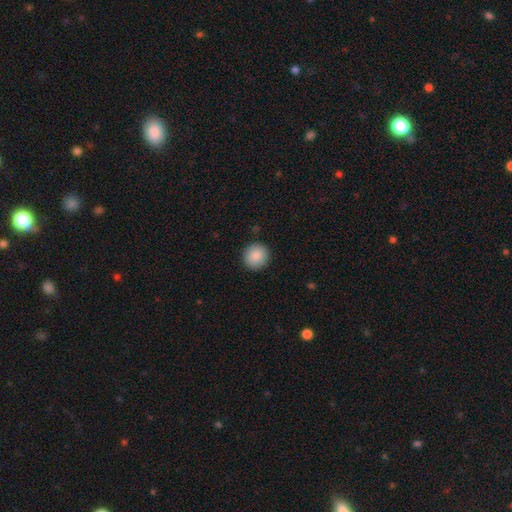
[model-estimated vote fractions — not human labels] Smooth or featured?
  - smooth: 88% *
  - star or artifact: 7%
  - featured or disk: 4%
How rounded?
  - round: 94% *
  - in between: 5%
  - cigar-shaped: 1%
Merging?
  - none: 92% *
  - minor disturbance: 6%
  - major disturbance: 2%
  - merger: 1%